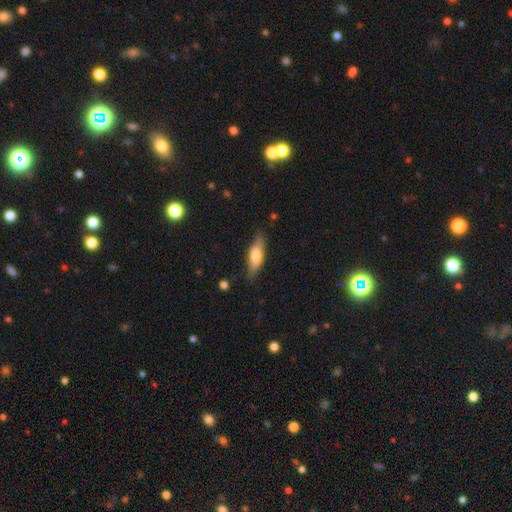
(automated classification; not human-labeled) The model was most divided on "how rounded": in between: 55%, cigar-shaped: 42%, round: 2%. More confident: merging — none (79%); smooth or featured — smooth (68%).